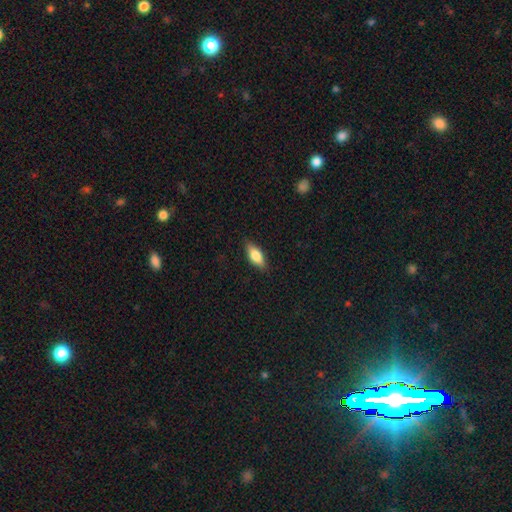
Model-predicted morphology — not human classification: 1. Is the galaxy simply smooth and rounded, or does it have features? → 77% smooth, 17% featured or disk, 7% star or artifact.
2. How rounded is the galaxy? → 78% in between, 19% cigar-shaped, 3% round.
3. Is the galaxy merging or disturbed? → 86% none, 11% minor disturbance, 2% major disturbance, 1% merger.